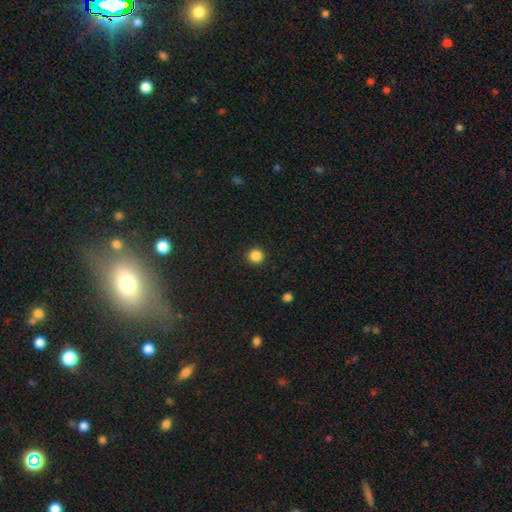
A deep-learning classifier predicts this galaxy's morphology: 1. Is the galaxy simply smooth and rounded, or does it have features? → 86% smooth, 11% star or artifact, 3% featured or disk.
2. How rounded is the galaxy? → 95% round, 4% in between, 1% cigar-shaped.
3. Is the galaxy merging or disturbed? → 93% none, 5% minor disturbance, 2% major disturbance, 1% merger.